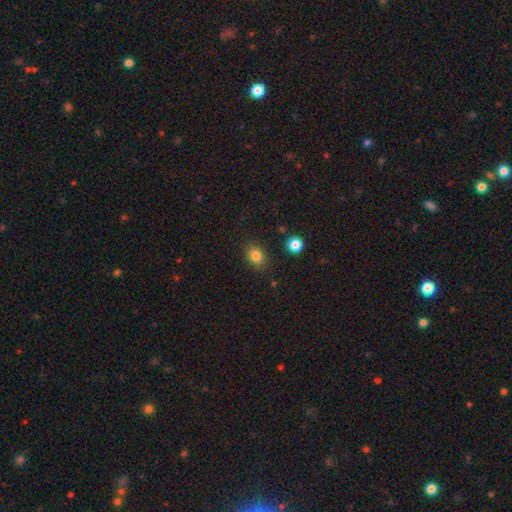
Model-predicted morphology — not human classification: A smooth galaxy with no disk features (83%) that is in between round and cigar-shaped (56%). Merging: none (84%).